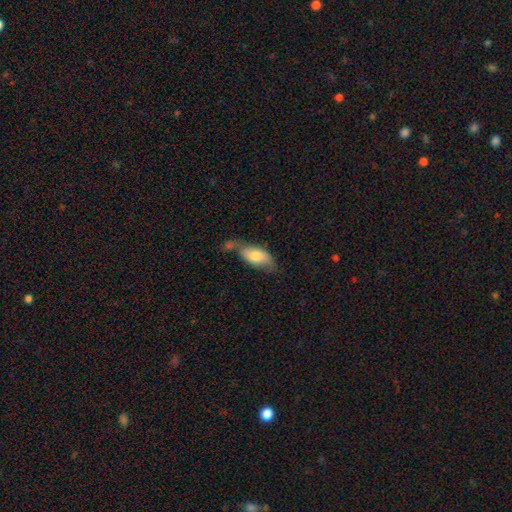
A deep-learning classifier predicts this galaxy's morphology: smooth_or_featured: smooth (p=0.70) [alt: featured or disk p=0.23]
how_rounded: in between (p=0.86) [alt: cigar-shaped p=0.10]
merging: none (p=0.38) [alt: minor disturbance p=0.27]